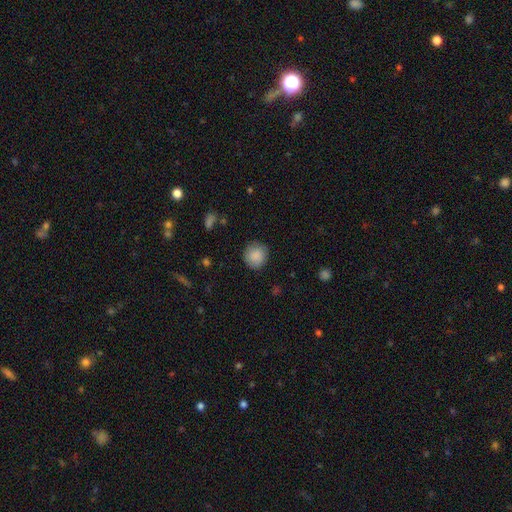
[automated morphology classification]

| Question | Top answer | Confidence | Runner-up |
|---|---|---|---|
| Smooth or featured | smooth | 87% | star or artifact (7%) |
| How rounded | round | 89% | in between (10%) |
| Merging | none | 83% | minor disturbance (13%) |